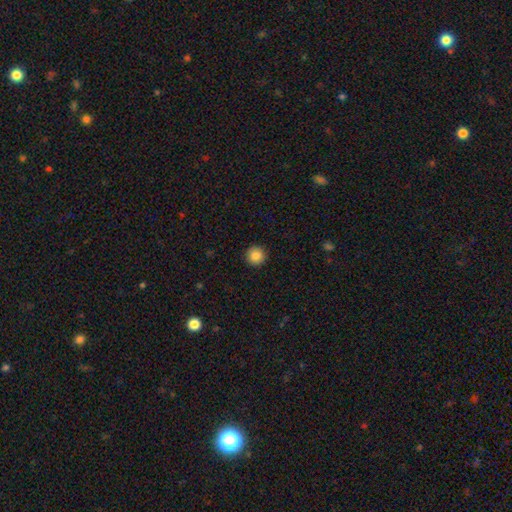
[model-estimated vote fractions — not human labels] Smooth or featured?
  - smooth: 85% *
  - star or artifact: 9%
  - featured or disk: 6%
How rounded?
  - round: 96% *
  - in between: 3%
  - cigar-shaped: 1%
Merging?
  - none: 93% *
  - minor disturbance: 5%
  - major disturbance: 2%
  - merger: 1%